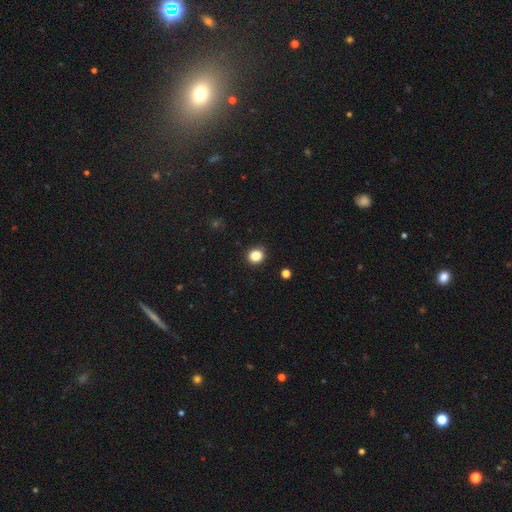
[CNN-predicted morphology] Smooth or featured?
  - smooth: 84% *
  - star or artifact: 11%
  - featured or disk: 5%
How rounded?
  - round: 86% *
  - in between: 13%
  - cigar-shaped: 1%
Merging?
  - none: 91% *
  - minor disturbance: 6%
  - major disturbance: 2%
  - merger: 1%